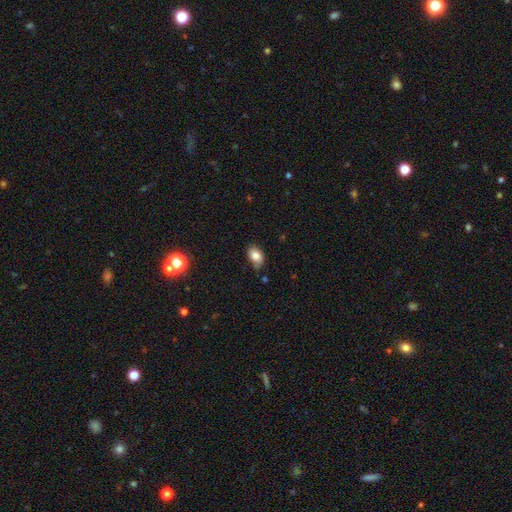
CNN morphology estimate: Smooth or featured? smooth (80%)
How rounded? in between (83%)
Merging? none (67%)